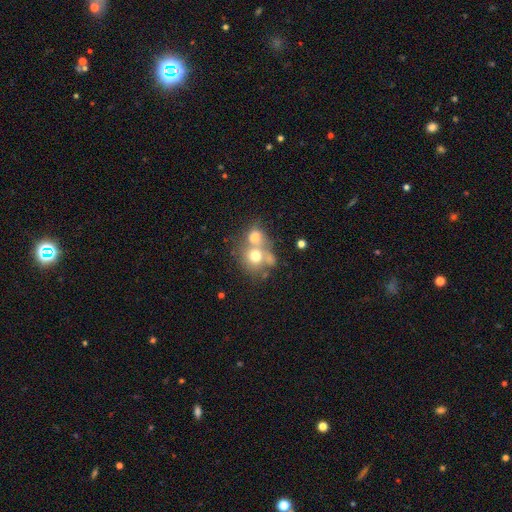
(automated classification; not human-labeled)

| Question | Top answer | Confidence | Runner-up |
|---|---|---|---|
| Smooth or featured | smooth | 66% | featured or disk (22%) |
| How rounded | round | 72% | in between (27%) |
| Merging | merger | 61% | none (27%) |